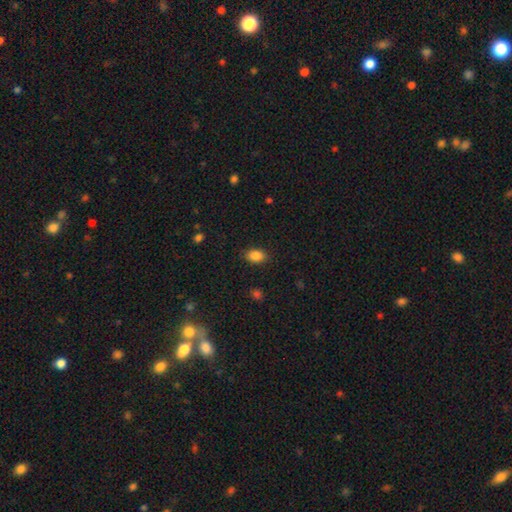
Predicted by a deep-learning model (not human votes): Smooth or featured?
  - smooth: 87% *
  - star or artifact: 9%
  - featured or disk: 4%
How rounded?
  - in between: 85% *
  - round: 14%
  - cigar-shaped: 1%
Merging?
  - none: 86% *
  - minor disturbance: 10%
  - major disturbance: 3%
  - merger: 1%